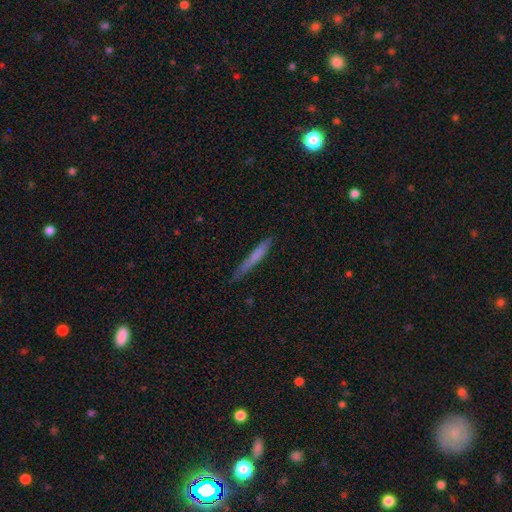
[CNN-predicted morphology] Smooth or featured: smooth — 64% (featured or disk — 29%)
How rounded: cigar-shaped — 96% (in between — 3%)
Merging: none — 80% (minor disturbance — 16%)